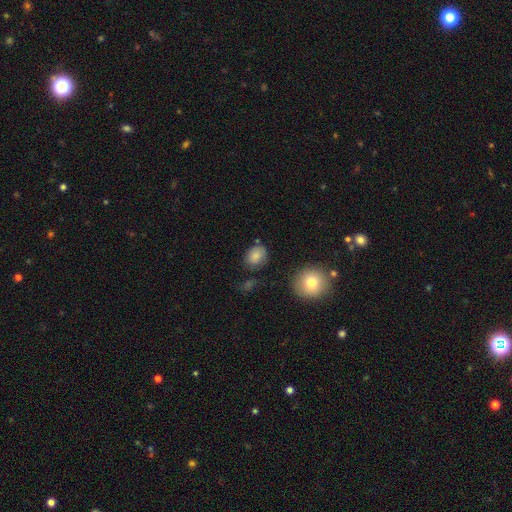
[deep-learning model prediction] A smooth galaxy with no disk features (83%) that is in between round and cigar-shaped (57%).

Vote fractions:
- Smooth or featured? smooth: 83% / star or artifact: 10% / featured or disk: 7%
- How rounded? in between: 57% / round: 42% / cigar-shaped: 1%
- Merging? none: 75% / minor disturbance: 17% / major disturbance: 4% / merger: 4%